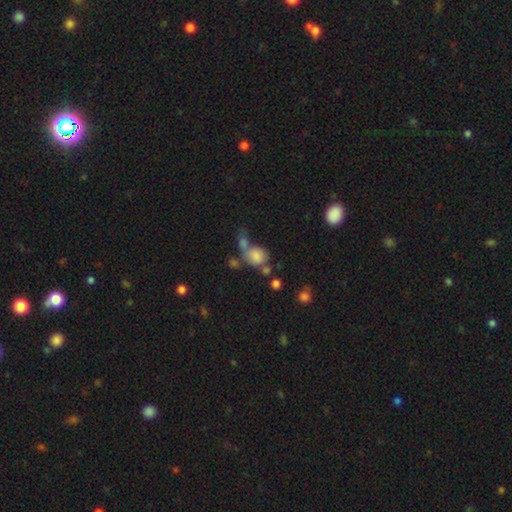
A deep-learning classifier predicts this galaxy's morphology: A smooth galaxy with no disk features (77%) that is round (57%).

Vote fractions:
- Smooth or featured? smooth: 77% / featured or disk: 13% / star or artifact: 10%
- How rounded? round: 57% / in between: 42% / cigar-shaped: 1%
- Merging? merger: 44% / none: 30% / minor disturbance: 14% / major disturbance: 12%